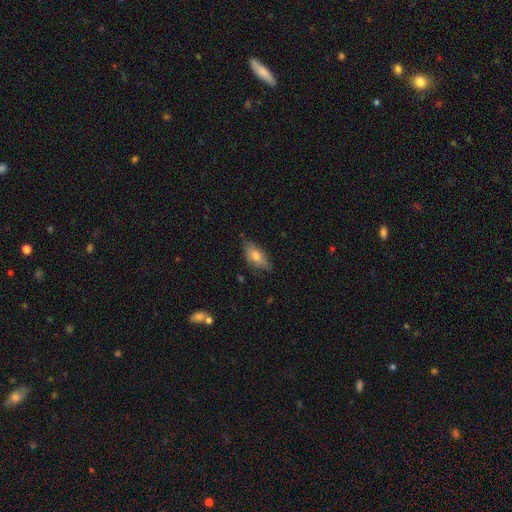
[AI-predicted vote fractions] Smooth or featured: smooth — 70% (featured or disk — 23%)
How rounded: in between — 86% (cigar-shaped — 10%)
Merging: none — 71% (minor disturbance — 23%)